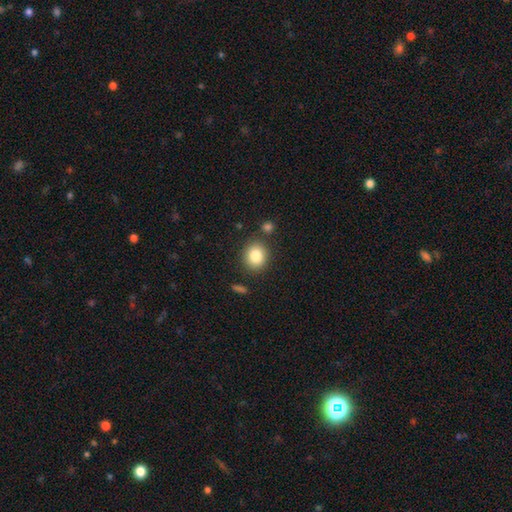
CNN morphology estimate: This appears to be a smooth galaxy with no disk features (83%) that is round (74%). Merging: none (82%).